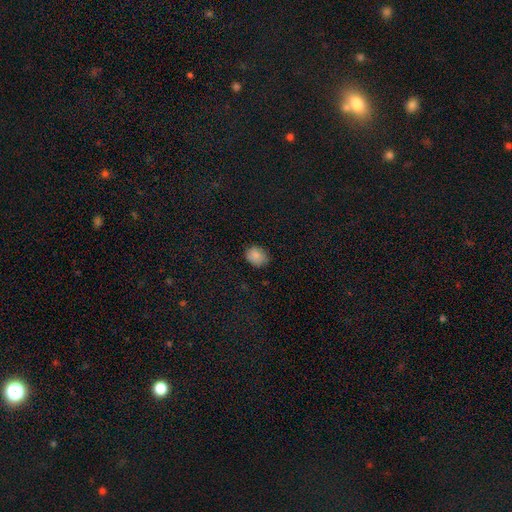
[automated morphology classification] This appears to be a smooth galaxy with no disk features (86%) that is round (53%). Merging: none (80%).